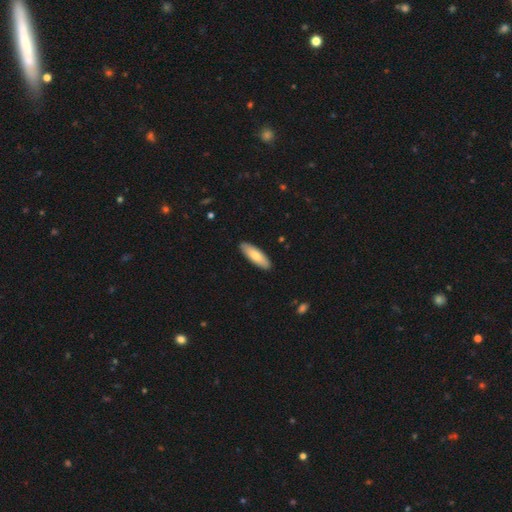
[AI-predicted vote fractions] smooth 77%, featured or disk 18%, star or artifact 5%. Down the decision tree: how rounded — in between (53%); merging — none (90%).